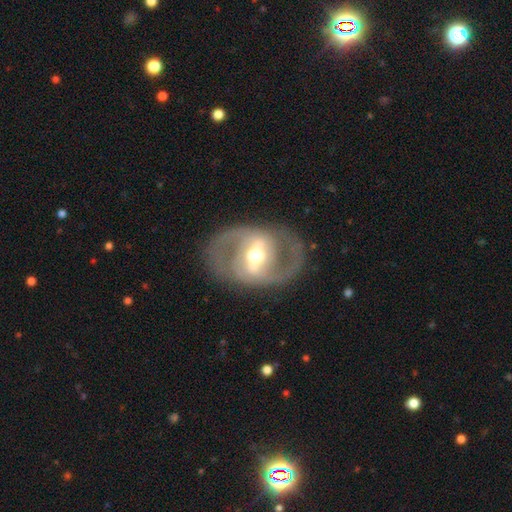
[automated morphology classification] The model was most divided on "spiral winding": medium: 52%, tight: 26%, loose: 23%. More confident: edge-on disk — no (94%); spiral arm count — 2 (87%); smooth or featured — featured or disk (85%); merging — none (80%); spiral arms — yes (79%); bulge size — moderate (66%); bar — strong (58%).